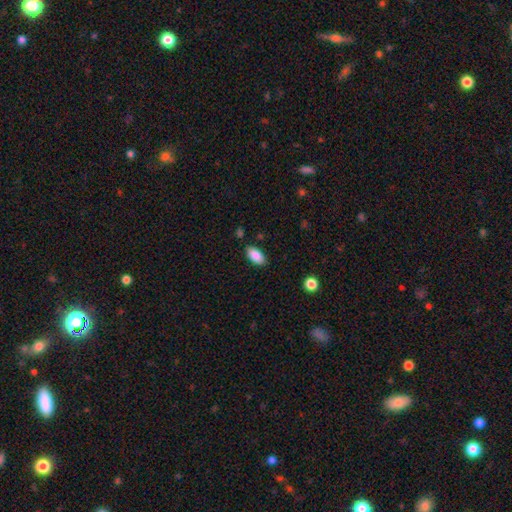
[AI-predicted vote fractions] A smooth galaxy with no disk features (88%) that is in between round and cigar-shaped (92%).

Vote fractions:
- Smooth or featured? smooth: 88% / star or artifact: 7% / featured or disk: 5%
- How rounded? in between: 92% / cigar-shaped: 5% / round: 2%
- Merging? none: 86% / minor disturbance: 10% / major disturbance: 2% / merger: 2%